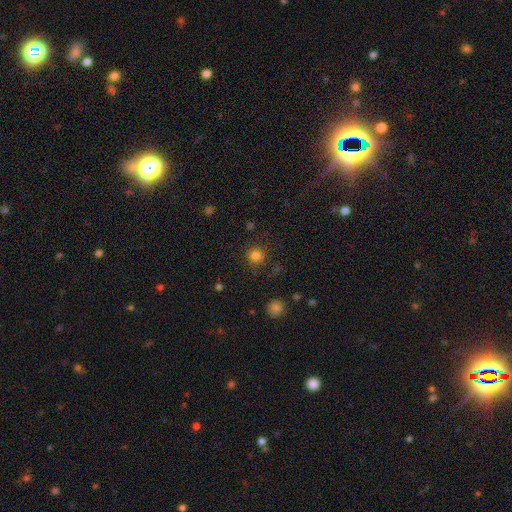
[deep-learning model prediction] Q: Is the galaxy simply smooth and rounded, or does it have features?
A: smooth — 80%.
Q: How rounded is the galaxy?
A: round — 93%.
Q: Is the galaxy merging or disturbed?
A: none — 83%.